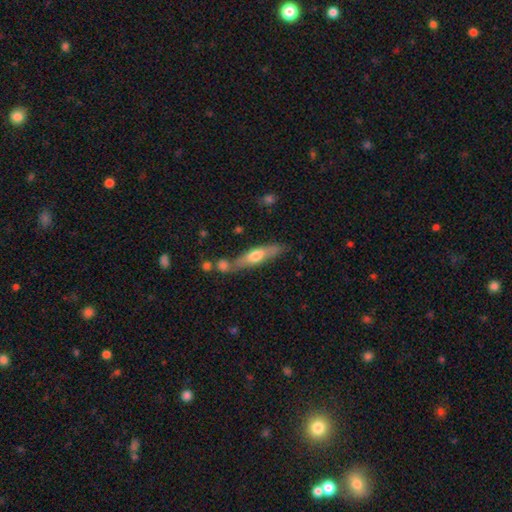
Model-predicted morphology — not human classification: Smooth or featured: smooth — 50% (featured or disk — 44%)
How rounded: cigar-shaped — 78% (in between — 20%)
Merging: none — 65% (minor disturbance — 16%)